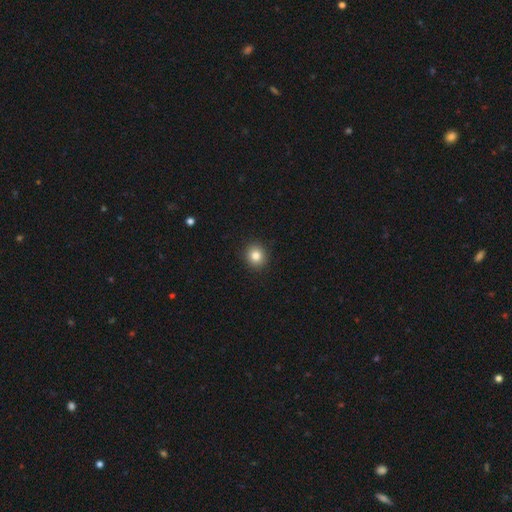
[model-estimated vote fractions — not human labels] A smooth galaxy with no disk features (83%) that is round (83%).

Vote fractions:
- Smooth or featured? smooth: 83% / star or artifact: 11% / featured or disk: 7%
- How rounded? round: 83% / in between: 16% / cigar-shaped: 1%
- Merging? none: 92% / minor disturbance: 5% / major disturbance: 2% / merger: 1%